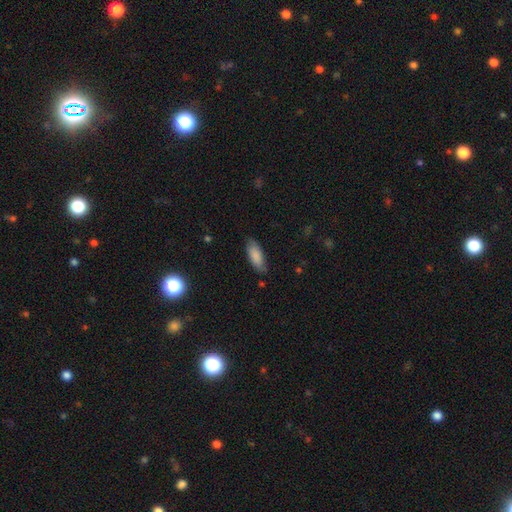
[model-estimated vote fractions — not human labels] smooth-or-featured: smooth: 84% | featured or disk: 10% | star or artifact: 6%
  how-rounded: in between: 74% | cigar-shaped: 24% | round: 2%
  merging: none: 78% | minor disturbance: 18% | major disturbance: 3% | merger: 1%